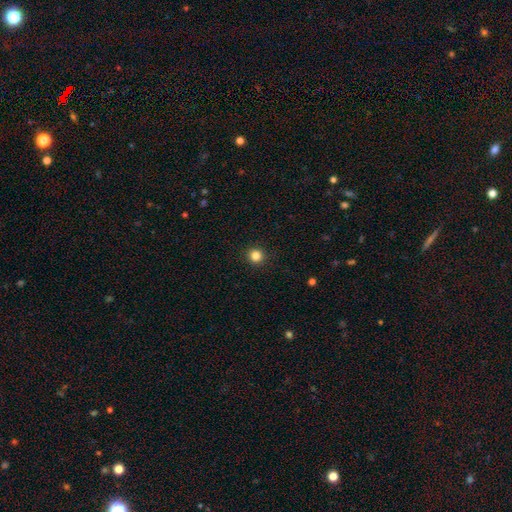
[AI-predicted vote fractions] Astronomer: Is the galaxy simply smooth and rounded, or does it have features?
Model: smooth — 84%.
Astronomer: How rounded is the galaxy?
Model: round — 95%.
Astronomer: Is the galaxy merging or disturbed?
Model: none — 93%.